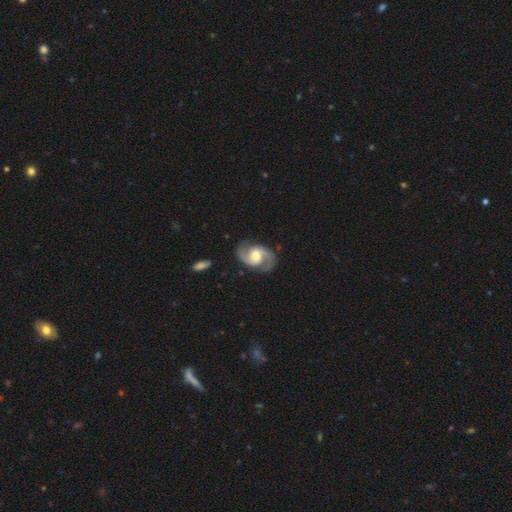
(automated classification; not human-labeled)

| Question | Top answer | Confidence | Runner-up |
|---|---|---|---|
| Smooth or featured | featured or disk | 90% | smooth (6%) |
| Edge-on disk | no | 98% | yes (2%) |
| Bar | weak | 46% | no (38%) |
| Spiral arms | yes | 97% | no (3%) |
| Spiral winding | medium | 60% | loose (22%) |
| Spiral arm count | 2 | 94% | can't tell (2%) |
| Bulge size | moderate | 65% | small (17%) |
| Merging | none | 84% | minor disturbance (11%) |